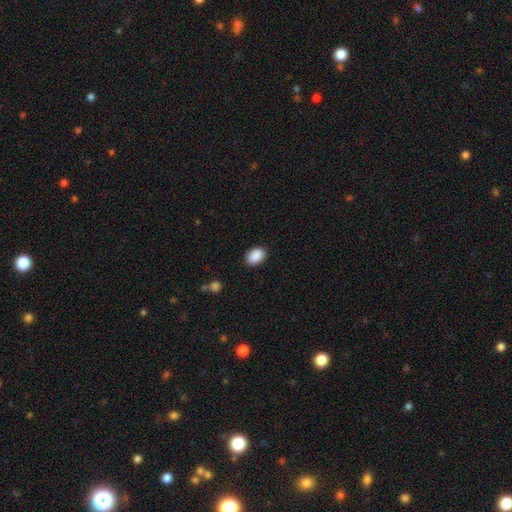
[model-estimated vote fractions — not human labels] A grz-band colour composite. It shows a smooth galaxy with no disk features (90%) that is in between round and cigar-shaped (82%). Merging: none (88%).